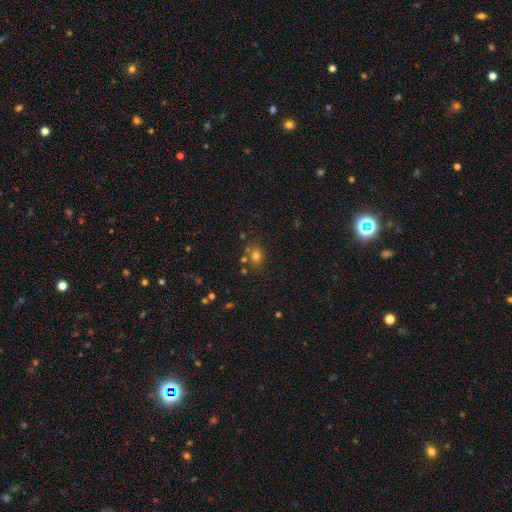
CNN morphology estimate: Q: Smooth or featured?
A: smooth (70%); runner-up: star or artifact (21%)
Q: How rounded?
A: in between (51%); runner-up: round (47%)
Q: Merging?
A: none (66%); runner-up: minor disturbance (15%)